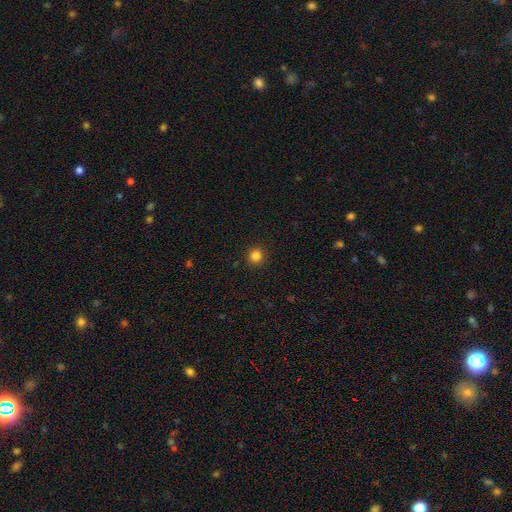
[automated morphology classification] A smooth galaxy with no disk features (84%) that is round (93%).

Vote fractions:
- Smooth or featured? smooth: 84% / star or artifact: 12% / featured or disk: 4%
- How rounded? round: 93% / in between: 6% / cigar-shaped: 1%
- Merging? none: 92% / minor disturbance: 5% / major disturbance: 2% / merger: 1%